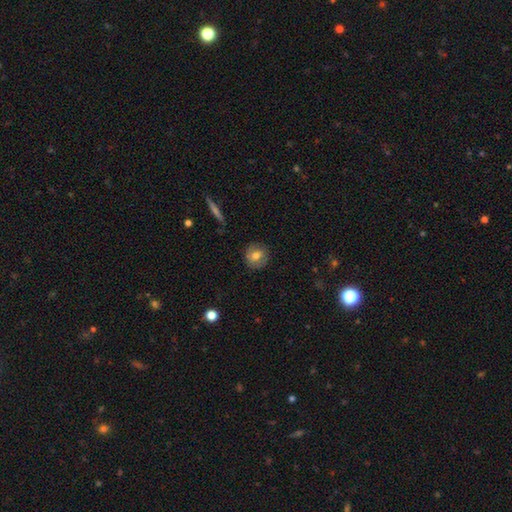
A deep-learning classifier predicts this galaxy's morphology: This is likely a smooth galaxy (69%). How rounded: clearly round (85%). Merging: clearly none (86%).